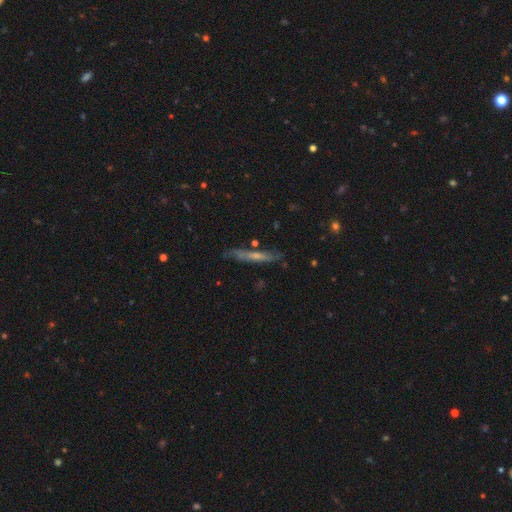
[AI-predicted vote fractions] Smooth or featured? featured or disk (52%)
Edge-on disk? yes (87%)
Merging? none (79%)